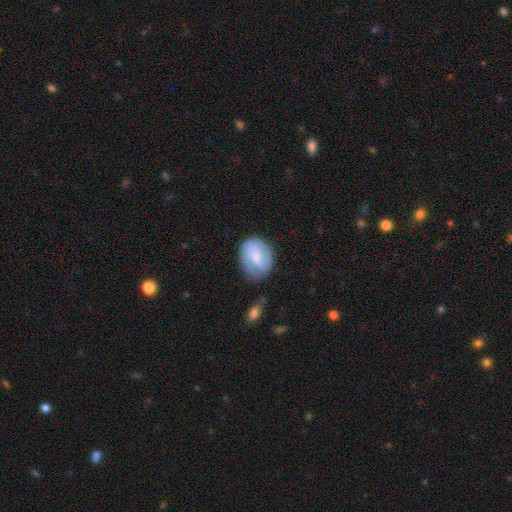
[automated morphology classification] A smooth galaxy with no disk features (58%) that is in between round and cigar-shaped (65%).

Vote fractions:
- Smooth or featured? smooth: 58% / featured or disk: 36% / star or artifact: 7%
- How rounded? in between: 65% / round: 34% / cigar-shaped: 1%
- Merging? none: 64% / minor disturbance: 25% / major disturbance: 8% / merger: 3%